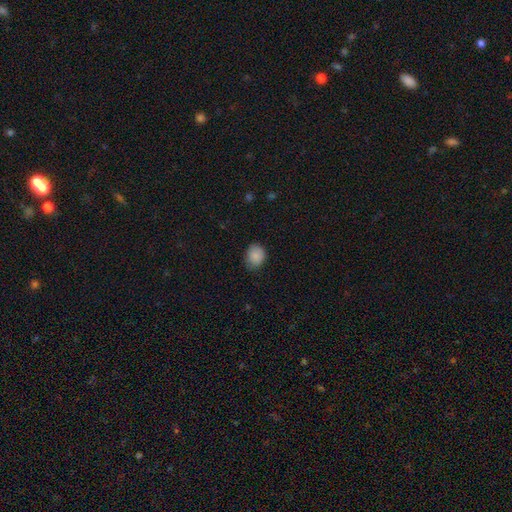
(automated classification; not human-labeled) Smooth or featured? smooth (88%)
How rounded? round (57%)
Merging? none (76%)